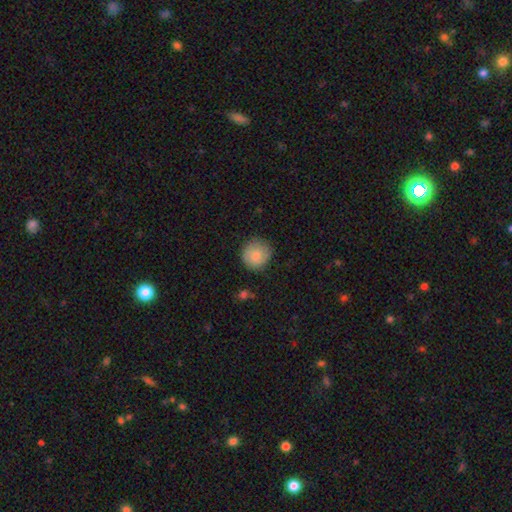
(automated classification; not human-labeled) smooth 80%, featured or disk 14%, star or artifact 7%. Down the decision tree: how rounded — round (90%); merging — none (82%).